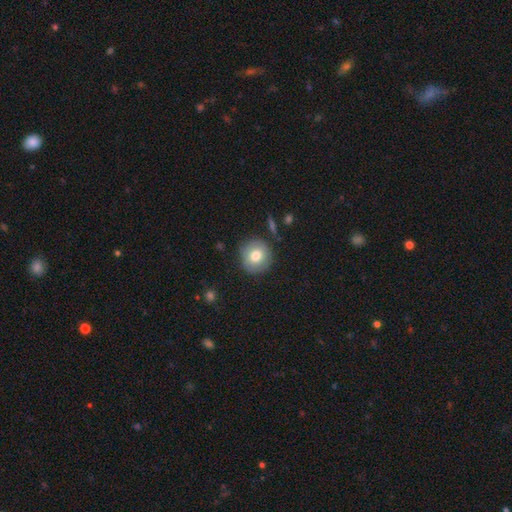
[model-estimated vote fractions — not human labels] A smooth galaxy with no disk features (76%) that is round (91%). Merging: none (86%).